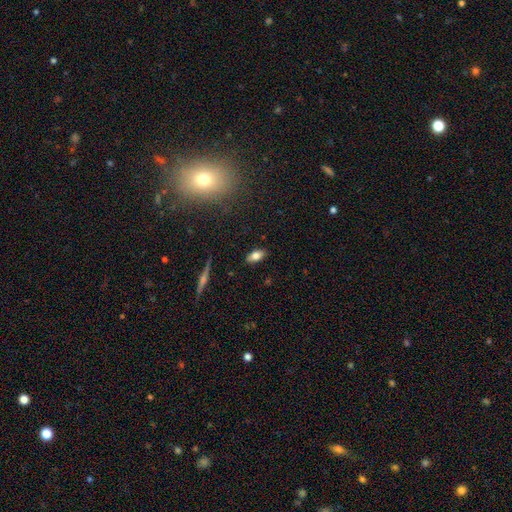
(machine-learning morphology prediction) A smooth galaxy with no disk features (75%) that is in between round and cigar-shaped (88%). Merging: none (87%).